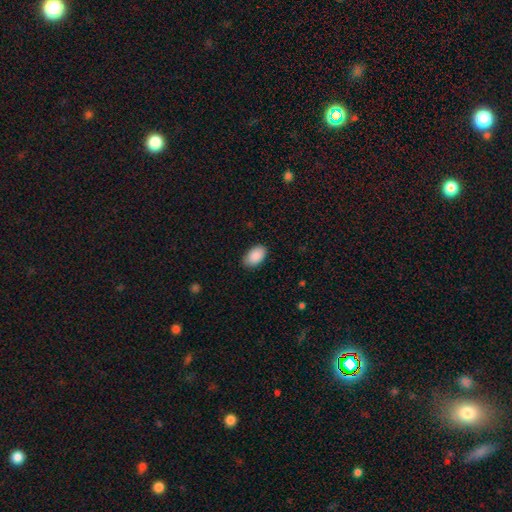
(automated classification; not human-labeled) smooth_or_featured: smooth (p=0.90) [alt: star or artifact p=0.06]
how_rounded: in between (p=0.93) [alt: round p=0.06]
merging: none (p=0.84) [alt: minor disturbance p=0.13]